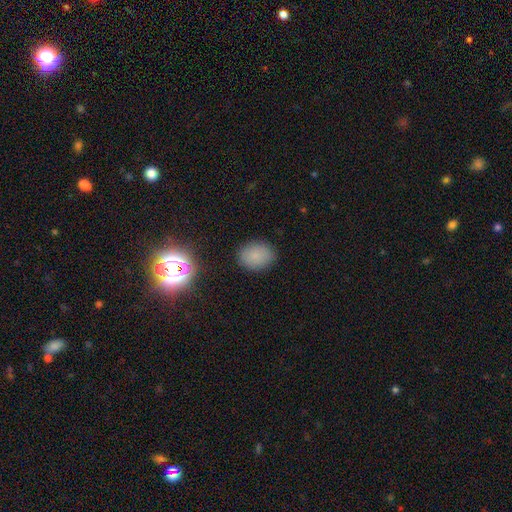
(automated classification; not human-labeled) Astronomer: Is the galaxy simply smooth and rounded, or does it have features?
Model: smooth — 81%.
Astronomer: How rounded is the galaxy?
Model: in between — 62% (runner-up: round, 37%).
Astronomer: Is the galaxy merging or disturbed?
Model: none — 86%.